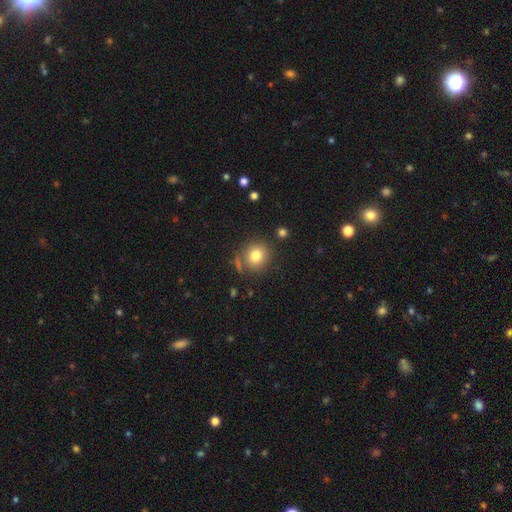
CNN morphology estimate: type=smooth (80%); roundness=round (87%); merging=none (77%).